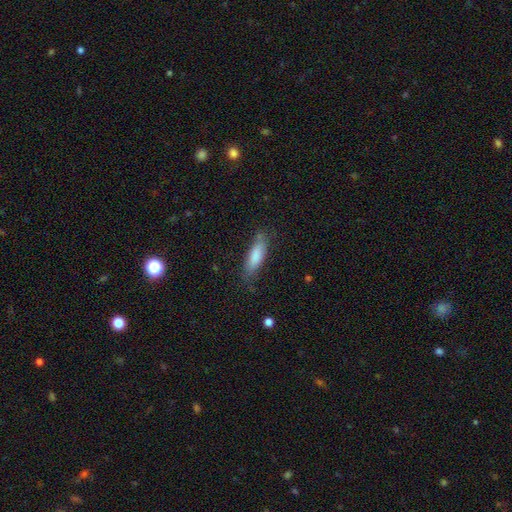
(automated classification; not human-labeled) Smooth or featured? Predicted: smooth (p=0.82). How rounded? Predicted: in between (p=0.54). Merging? Predicted: none (p=0.70).